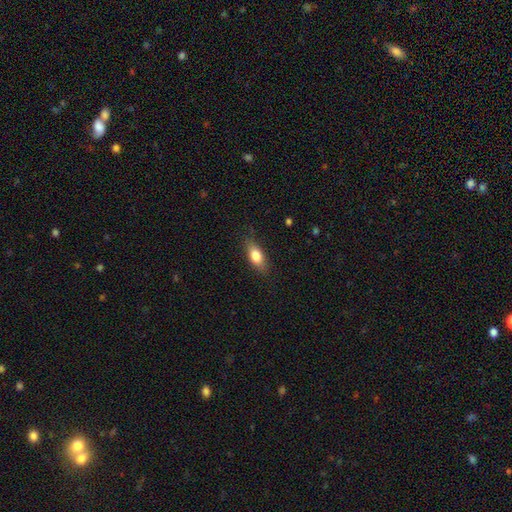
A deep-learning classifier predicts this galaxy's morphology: Smooth or featured? smooth (78%)
How rounded? in between (77%)
Merging? none (81%)